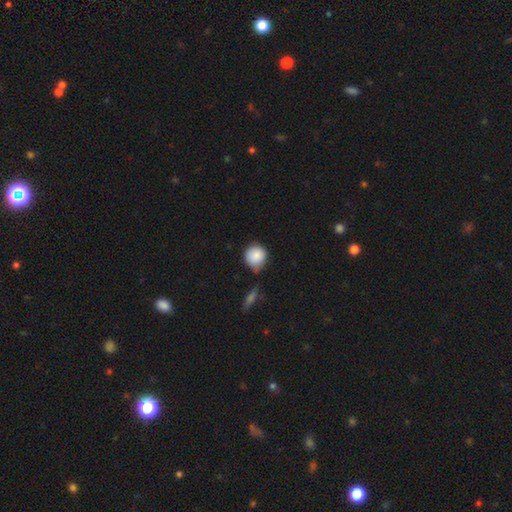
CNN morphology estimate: This appears to be a smooth galaxy with no disk features (87%) that is round (89%). Merging: none (55%).